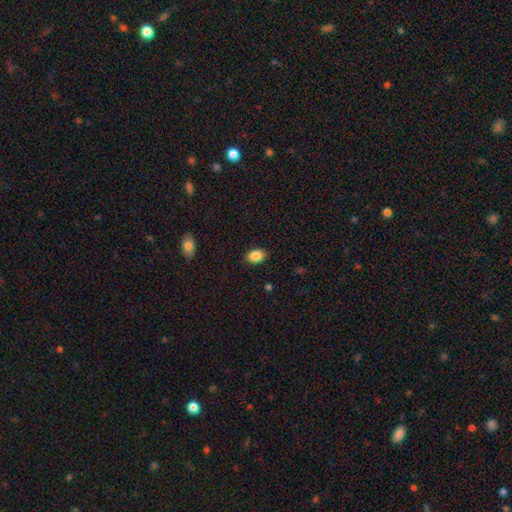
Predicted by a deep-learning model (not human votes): smooth_or_featured: smooth (p=0.86) [alt: star or artifact p=0.08]
how_rounded: in between (p=0.82) [alt: round p=0.17]
merging: none (p=0.88) [alt: minor disturbance p=0.08]